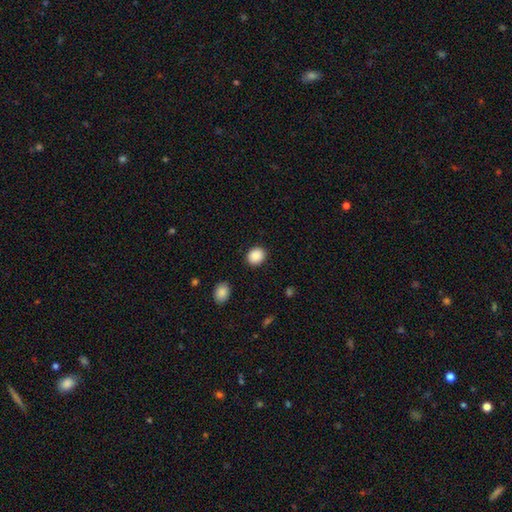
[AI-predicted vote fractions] This is clearly a smooth galaxy (89%). How rounded: likely round (71%). Merging: clearly none (89%).